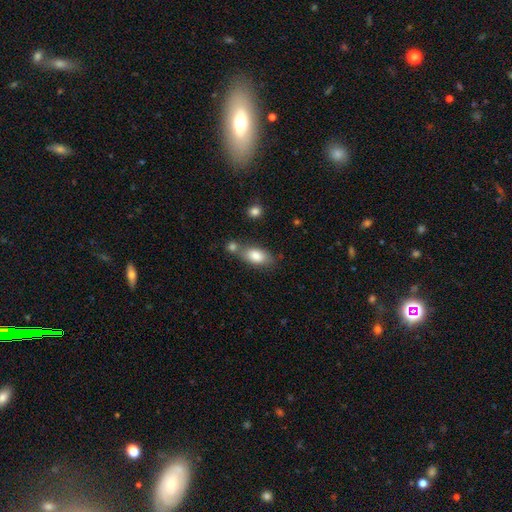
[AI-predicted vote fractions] Smooth or featured?
  - smooth: 81% *
  - featured or disk: 12%
  - star or artifact: 7%
How rounded?
  - in between: 87% *
  - cigar-shaped: 7%
  - round: 6%
Merging?
  - none: 49% *
  - merger: 31%
  - minor disturbance: 15%
  - major disturbance: 5%